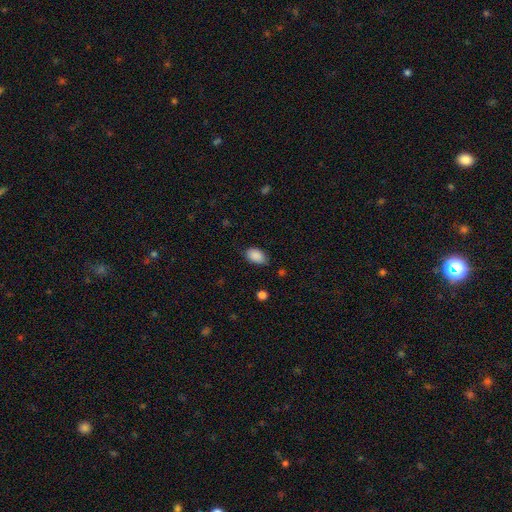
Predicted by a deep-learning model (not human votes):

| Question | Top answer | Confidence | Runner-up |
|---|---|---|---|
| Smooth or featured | smooth | 89% | star or artifact (7%) |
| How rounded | in between | 90% | round (9%) |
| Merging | none | 74% | minor disturbance (20%) |